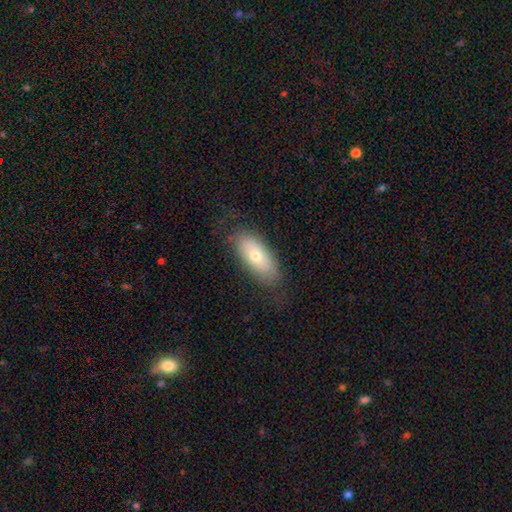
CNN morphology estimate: A smooth galaxy with no disk features (63%) that is in between round and cigar-shaped (87%).

Vote fractions:
- Smooth or featured? smooth: 63% / featured or disk: 29% / star or artifact: 7%
- How rounded? in between: 87% / cigar-shaped: 9% / round: 3%
- Merging? none: 75% / minor disturbance: 17% / major disturbance: 7% / merger: 1%